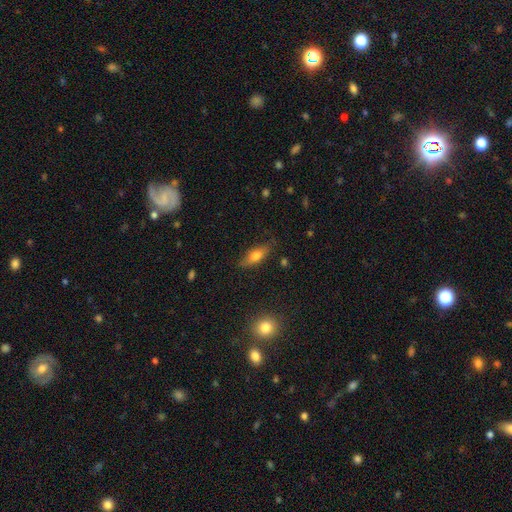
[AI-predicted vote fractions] Smooth or featured? smooth (64%)
How rounded? in between (65%)
Merging? none (79%)